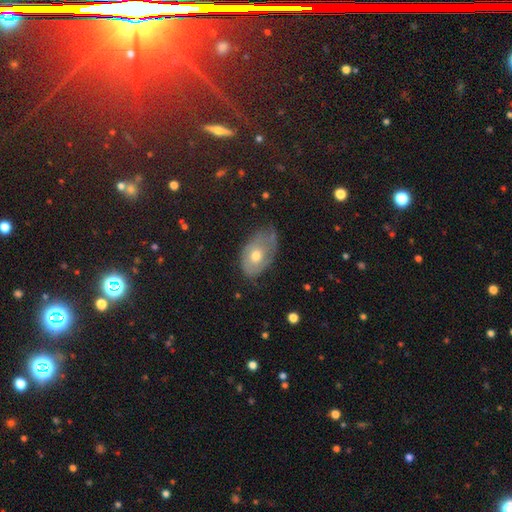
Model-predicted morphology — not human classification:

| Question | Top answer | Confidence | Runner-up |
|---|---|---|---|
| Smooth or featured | featured or disk | 43% | smooth (42%) |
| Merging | none | 53% | minor disturbance (34%) |